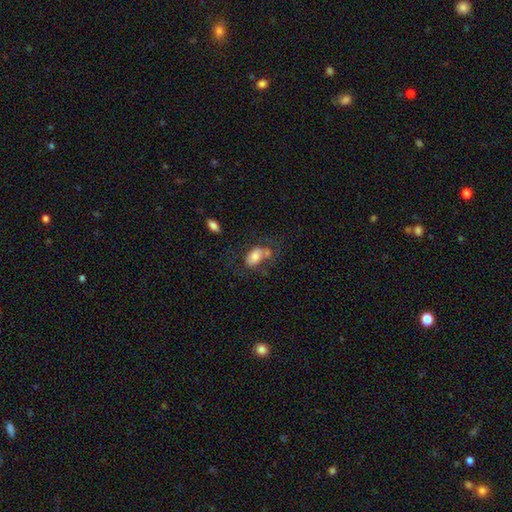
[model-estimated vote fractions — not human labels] This appears to be a smooth galaxy with no disk features (70%) that is in between round and cigar-shaped (89%). Merging: none (39%).